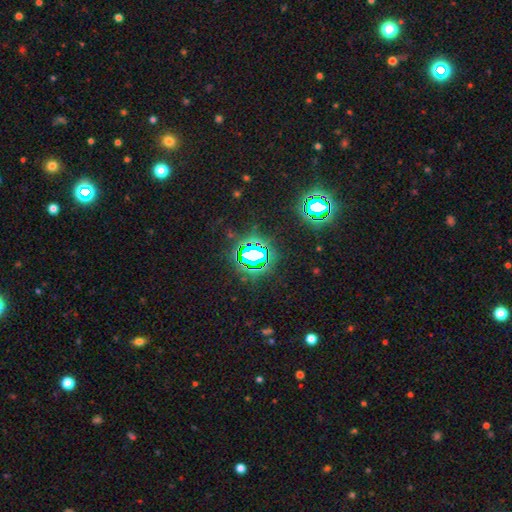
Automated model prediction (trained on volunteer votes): This is likely a star or artifact rather than a galaxy (77%).